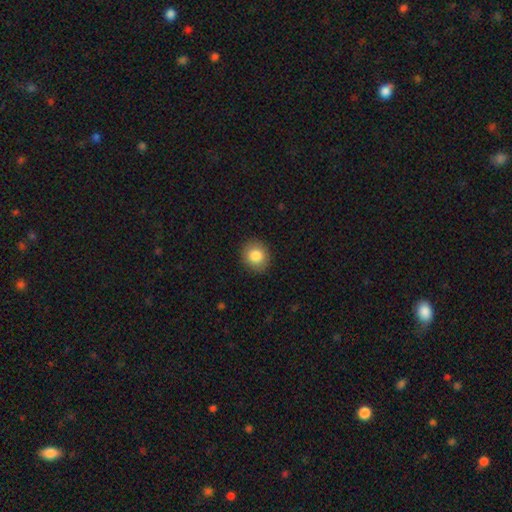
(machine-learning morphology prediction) This appears to be a smooth galaxy with no disk features (85%) that is round (79%). Merging: none (89%).